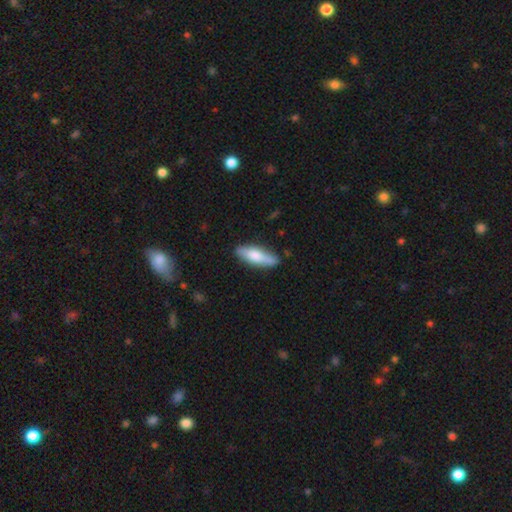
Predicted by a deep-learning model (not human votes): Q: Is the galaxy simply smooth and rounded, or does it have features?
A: smooth — 67%.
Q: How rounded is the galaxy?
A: cigar-shaped — 53%.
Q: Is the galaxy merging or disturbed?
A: none — 84%.